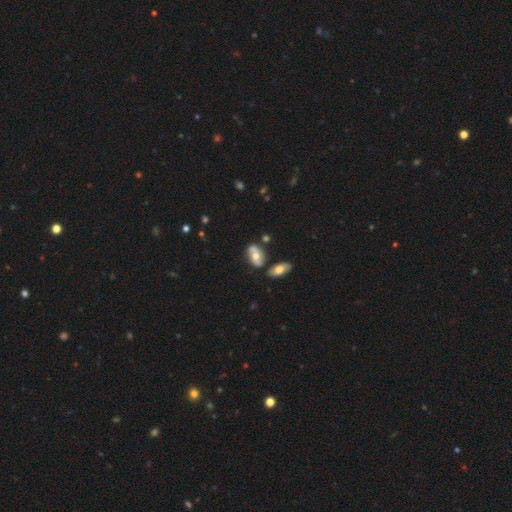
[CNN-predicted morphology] smooth_or_featured: featured or disk (p=0.47) [alt: smooth p=0.44]
merging: none (p=0.57) [alt: minor disturbance p=0.18]